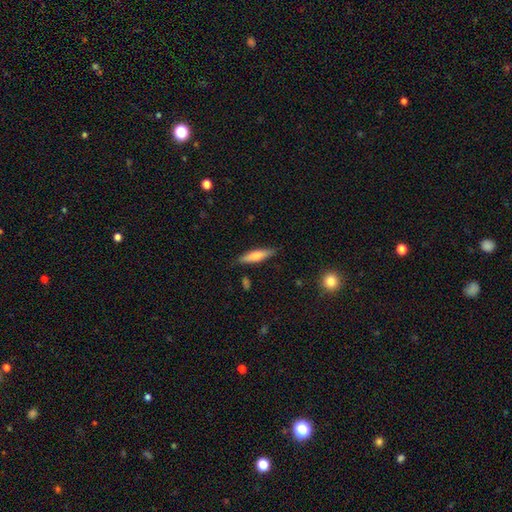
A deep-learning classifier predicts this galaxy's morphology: This appears to be a smooth galaxy with no disk features (64%) that is cigar-shaped (73%). Merging: none (84%).